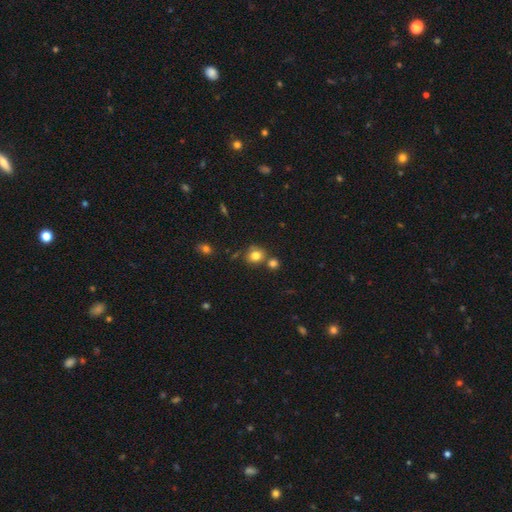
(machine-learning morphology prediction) Smooth or featured? smooth (80%)
How rounded? round (75%)
Merging? none (66%)